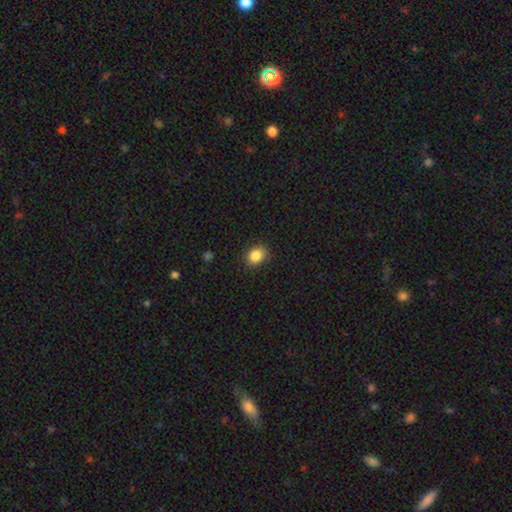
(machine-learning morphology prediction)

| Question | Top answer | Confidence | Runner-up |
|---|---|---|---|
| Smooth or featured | smooth | 86% | star or artifact (9%) |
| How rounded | in between | 51% | round (48%) |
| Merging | none | 84% | minor disturbance (13%) |